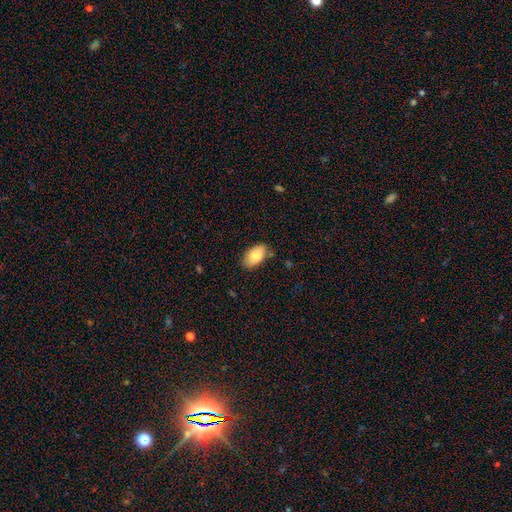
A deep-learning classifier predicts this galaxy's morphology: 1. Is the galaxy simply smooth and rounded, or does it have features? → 82% smooth, 11% featured or disk, 7% star or artifact.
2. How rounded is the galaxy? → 94% in between, 4% round, 2% cigar-shaped.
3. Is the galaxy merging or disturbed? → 79% none, 16% minor disturbance, 3% major disturbance, 2% merger.